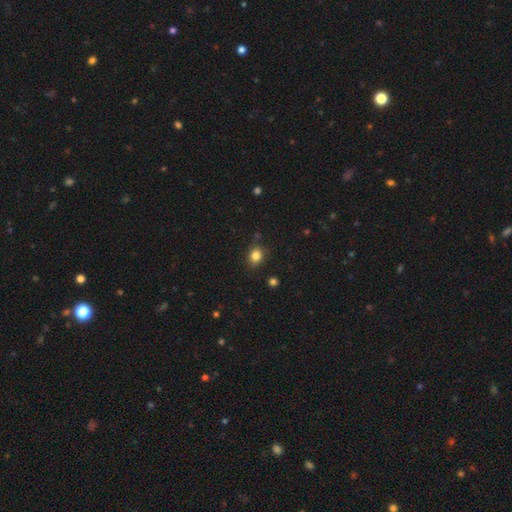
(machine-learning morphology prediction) A smooth galaxy with no disk features (83%) that is round (59%). Merging: none (80%).